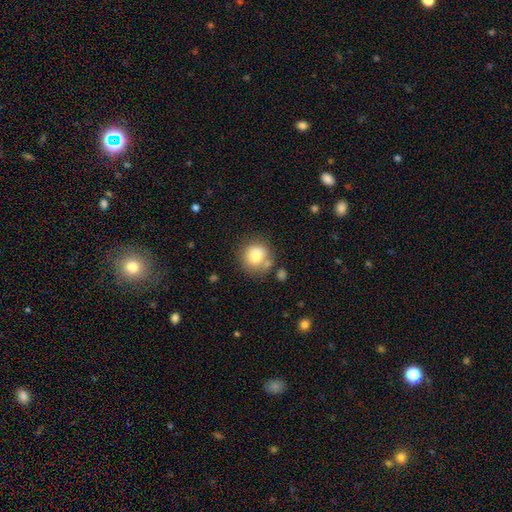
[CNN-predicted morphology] Smooth or featured?
  - smooth: 79% *
  - featured or disk: 12%
  - star or artifact: 10%
How rounded?
  - round: 89% *
  - in between: 10%
  - cigar-shaped: 1%
Merging?
  - none: 65% *
  - minor disturbance: 15%
  - merger: 14%
  - major disturbance: 5%